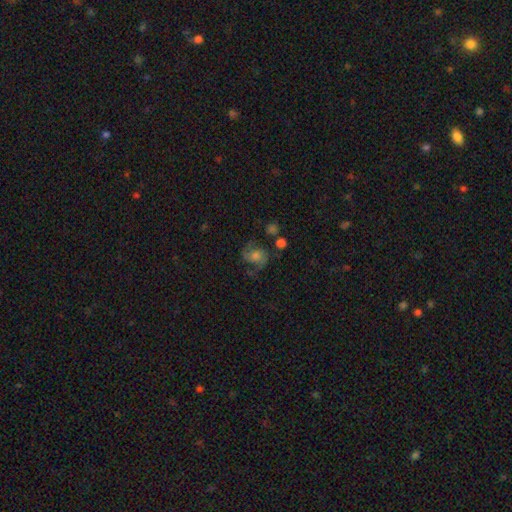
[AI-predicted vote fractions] smooth_or_featured: featured or disk (p=0.63) [alt: smooth p=0.25]
disk_edge_on: no (p=0.98) [alt: yes p=0.02]
bar: no (p=0.68) [alt: weak p=0.27]
has_spiral_arms: yes (p=0.91) [alt: no p=0.09]
spiral_winding: medium (p=0.51) [alt: loose p=0.29]
spiral_arm_count: 2 (p=0.83) [alt: can't tell p=0.08]
bulge_size: moderate (p=0.52) [alt: small p=0.24]
merging: none (p=0.64) [alt: minor disturbance p=0.19]